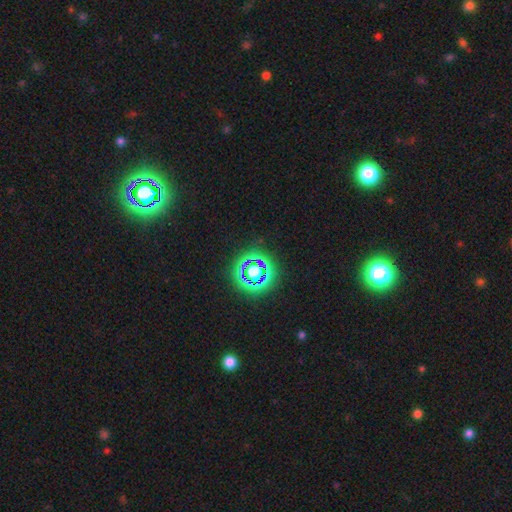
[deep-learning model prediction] A star or artifact, not a galaxy (78%).